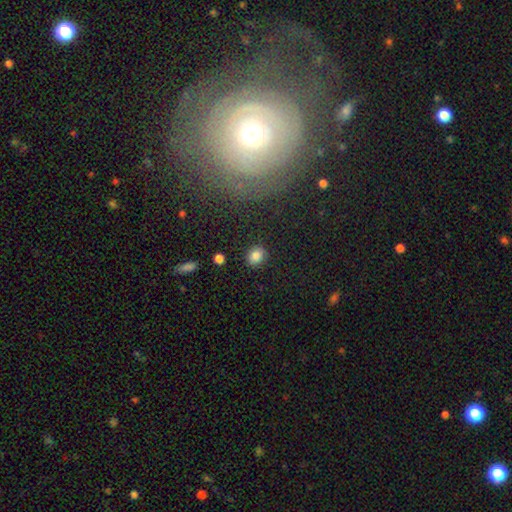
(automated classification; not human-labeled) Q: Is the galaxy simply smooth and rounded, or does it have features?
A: smooth — 84%.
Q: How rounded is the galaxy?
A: round — 60%.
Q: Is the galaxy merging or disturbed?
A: none — 87%.